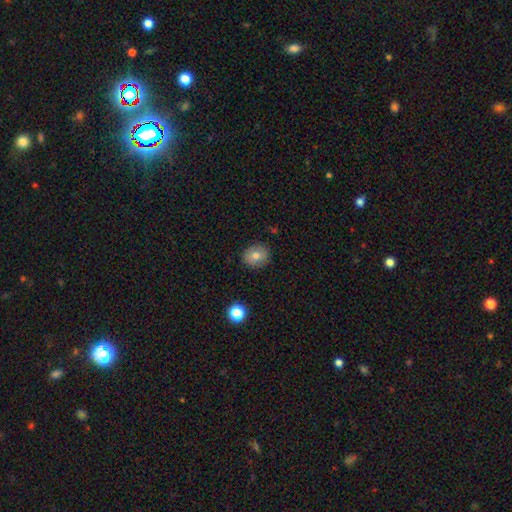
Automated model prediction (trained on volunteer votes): smooth-or-featured: smooth: 75% | featured or disk: 14% | star or artifact: 10%
  how-rounded: round: 68% | in between: 31% | cigar-shaped: 1%
  merging: none: 88% | minor disturbance: 9% | major disturbance: 2% | merger: 1%